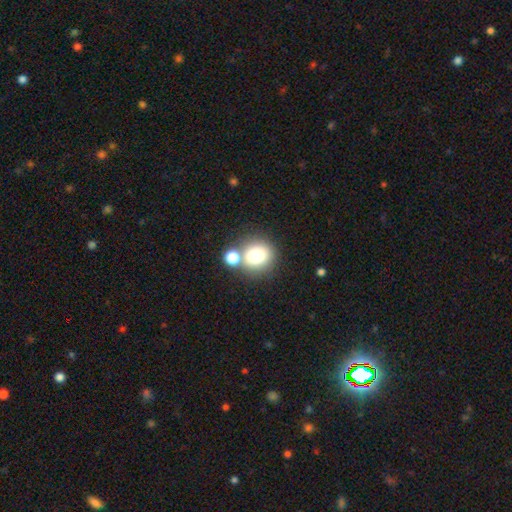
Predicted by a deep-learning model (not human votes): Smooth or featured? Predicted: smooth (p=0.77). How rounded? Predicted: round (p=0.83). Merging? Predicted: none (p=0.59).